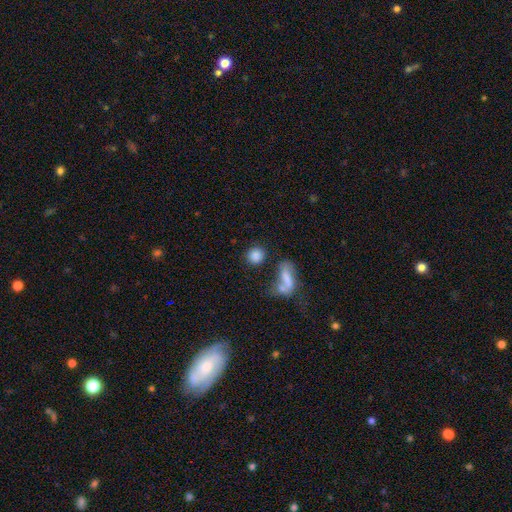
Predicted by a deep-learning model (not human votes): Morphology: type=smooth (84%); roundness=round (82%); merging=none (70%).